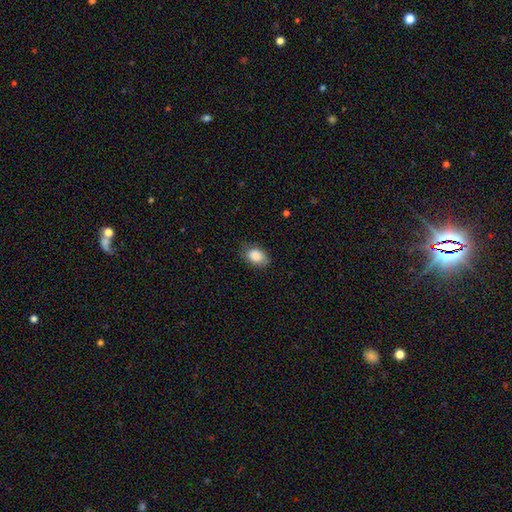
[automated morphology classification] Smooth or featured? Predicted: smooth (p=0.87). How rounded? Predicted: in between (p=0.83). Merging? Predicted: none (p=0.74).